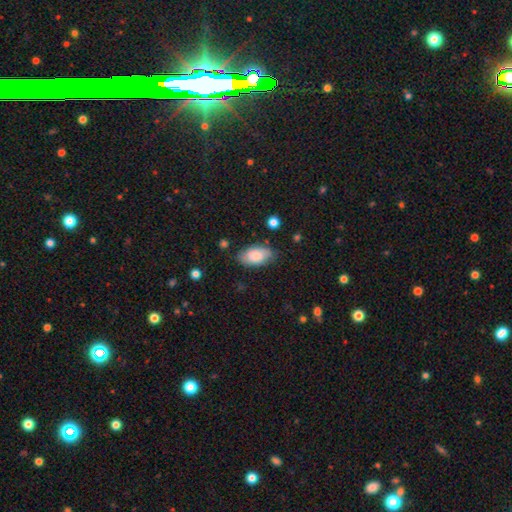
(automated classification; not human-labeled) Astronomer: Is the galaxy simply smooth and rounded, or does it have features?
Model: smooth — 77%.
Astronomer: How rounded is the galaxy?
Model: in between — 94%.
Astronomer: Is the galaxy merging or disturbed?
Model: none — 74%.